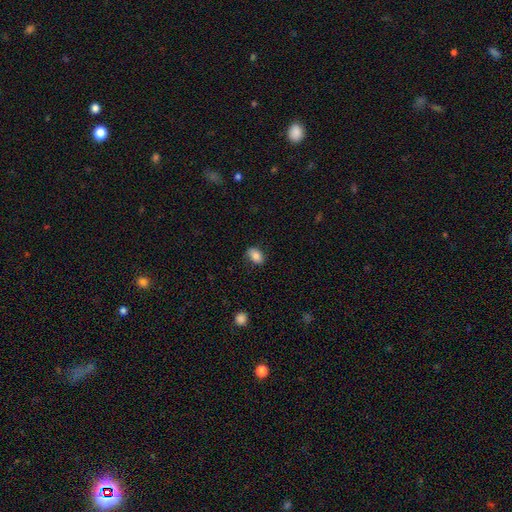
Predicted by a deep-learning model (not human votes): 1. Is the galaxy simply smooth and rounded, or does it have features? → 83% smooth, 9% featured or disk, 8% star or artifact.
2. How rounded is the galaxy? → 83% in between, 16% round, 2% cigar-shaped.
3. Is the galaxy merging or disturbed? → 79% none, 16% minor disturbance, 3% major disturbance, 1% merger.